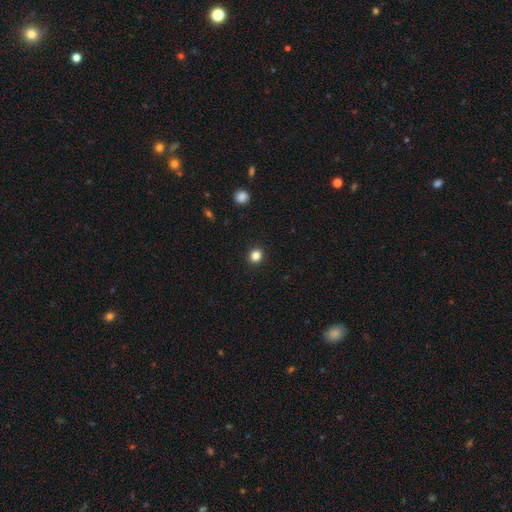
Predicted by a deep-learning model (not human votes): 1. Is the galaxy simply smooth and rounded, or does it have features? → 84% smooth, 12% star or artifact, 4% featured or disk.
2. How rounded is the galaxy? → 89% round, 10% in between, 1% cigar-shaped.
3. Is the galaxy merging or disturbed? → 93% none, 5% minor disturbance, 2% major disturbance, 1% merger.